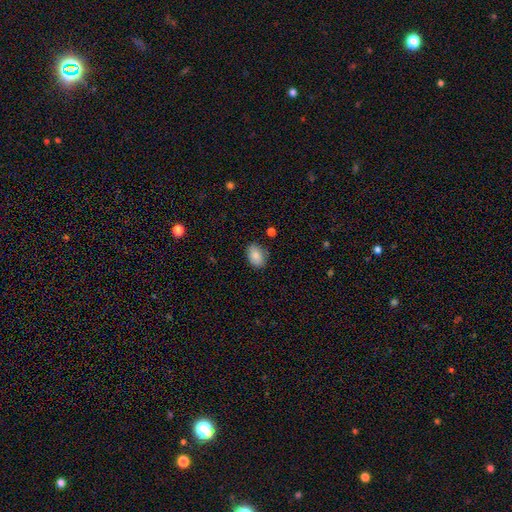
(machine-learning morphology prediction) Q: Smooth or featured?
A: smooth (86%); runner-up: star or artifact (7%)
Q: How rounded?
A: in between (84%); runner-up: round (14%)
Q: Merging?
A: none (83%); runner-up: minor disturbance (13%)